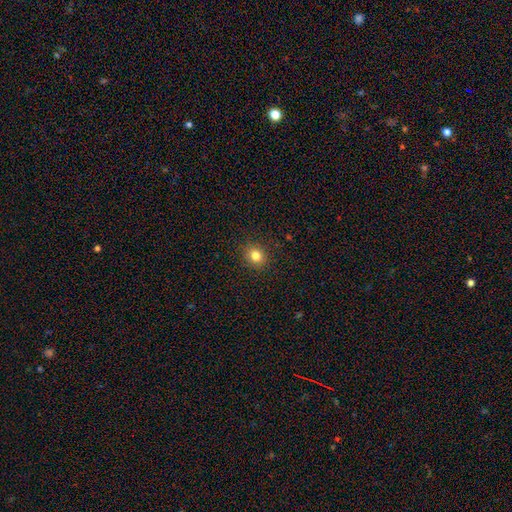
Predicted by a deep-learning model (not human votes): smooth_or_featured: smooth (p=0.82) [alt: star or artifact p=0.12]
how_rounded: round (p=0.82) [alt: in between p=0.18]
merging: none (p=0.90) [alt: minor disturbance p=0.07]